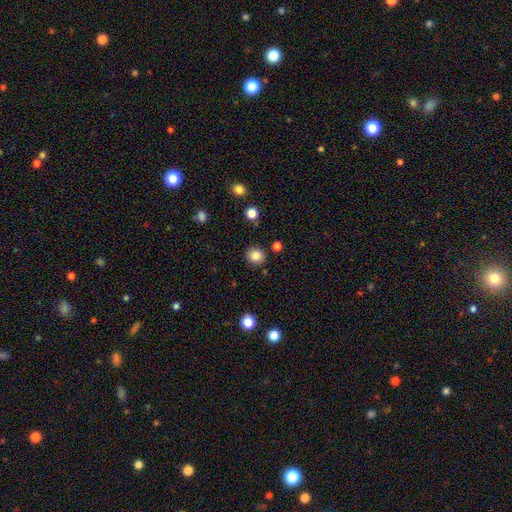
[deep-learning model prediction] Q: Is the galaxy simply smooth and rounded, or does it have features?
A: smooth — 84%.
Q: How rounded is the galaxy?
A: round — 80%.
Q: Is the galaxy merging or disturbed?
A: none — 86%.